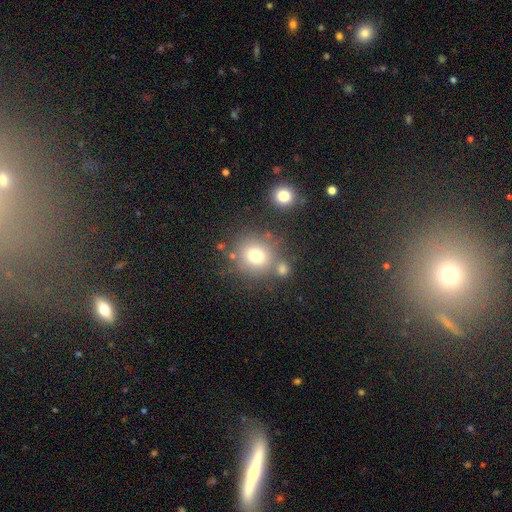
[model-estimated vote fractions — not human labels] smooth-or-featured: smooth: 75% | star or artifact: 14% | featured or disk: 11%
  how-rounded: round: 86% | in between: 13% | cigar-shaped: 1%
  merging: none: 69% | merger: 15% | minor disturbance: 11% | major disturbance: 5%